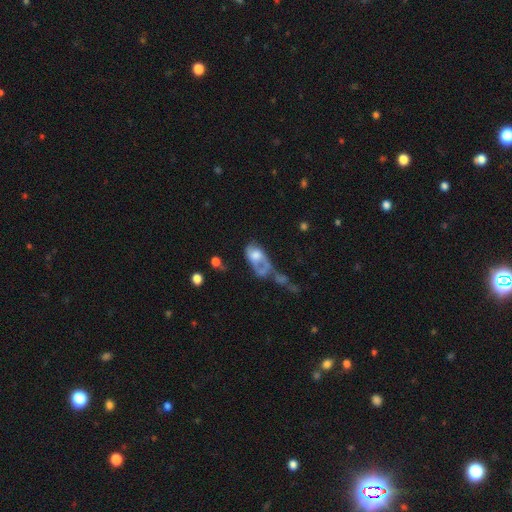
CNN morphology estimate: Smooth or featured? Predicted: smooth (p=0.47). Merging? Predicted: merger (p=0.35, tied with major disturbance).